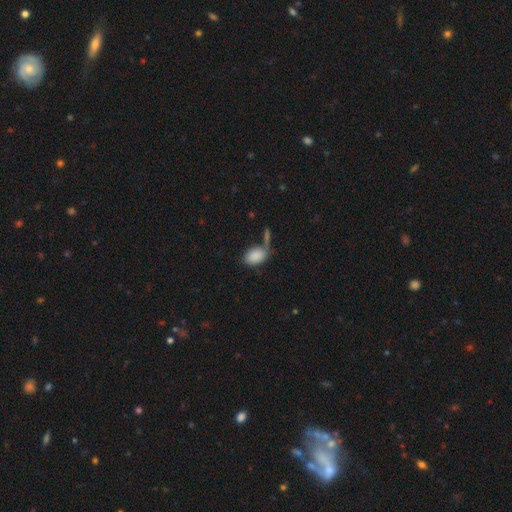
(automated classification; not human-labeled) Smooth or featured? Predicted: smooth (p=0.86). How rounded? Predicted: in between (p=0.90). Merging? Predicted: none (p=0.50).